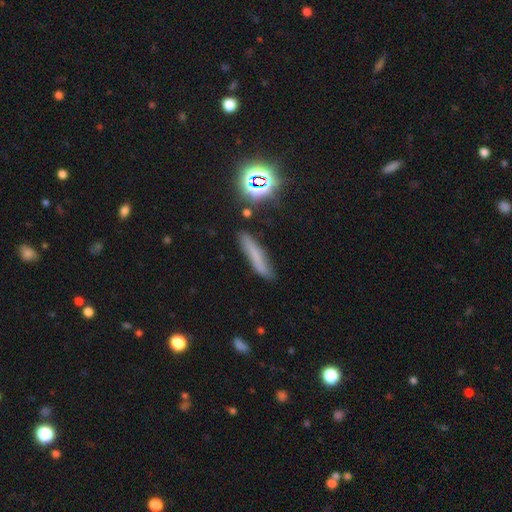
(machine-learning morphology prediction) This appears to be a smooth galaxy with no disk features (62%) that is cigar-shaped (88%). Merging: none (81%).